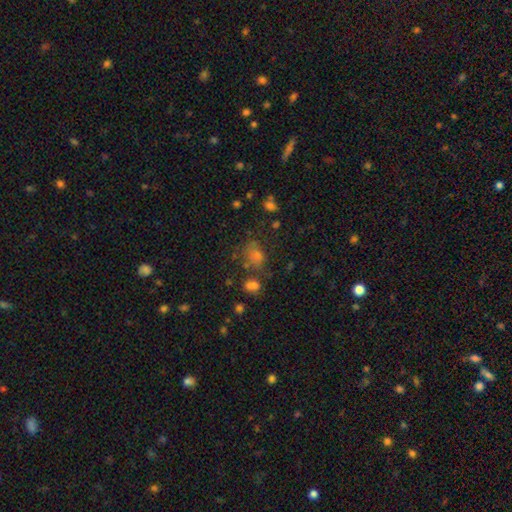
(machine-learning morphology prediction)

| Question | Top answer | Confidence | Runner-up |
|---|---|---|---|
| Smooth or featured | smooth | 58% | star or artifact (31%) |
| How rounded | in between | 54% | round (44%) |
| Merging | none | 58% | minor disturbance (17%) |